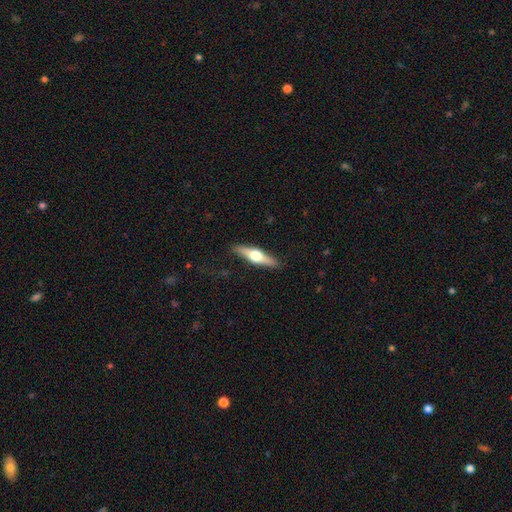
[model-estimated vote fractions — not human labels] Smooth or featured? Predicted: featured or disk (p=0.59). Edge-on disk? Predicted: yes (p=0.95). Edge-on bulge? Predicted: rounded (p=0.95). Merging? Predicted: none (p=0.89).